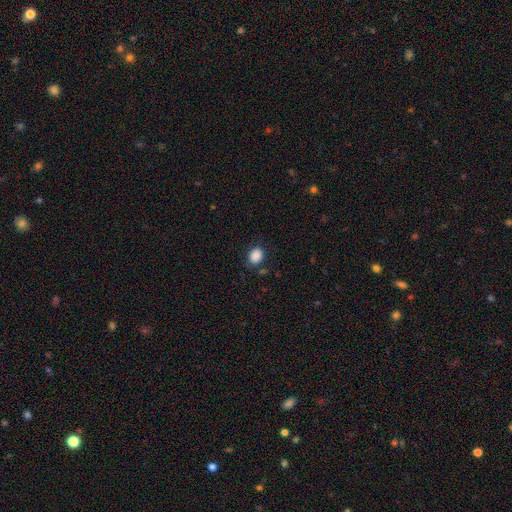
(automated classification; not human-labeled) Morphology: type=smooth (88%); roundness=round (52%); merging=none (82%).